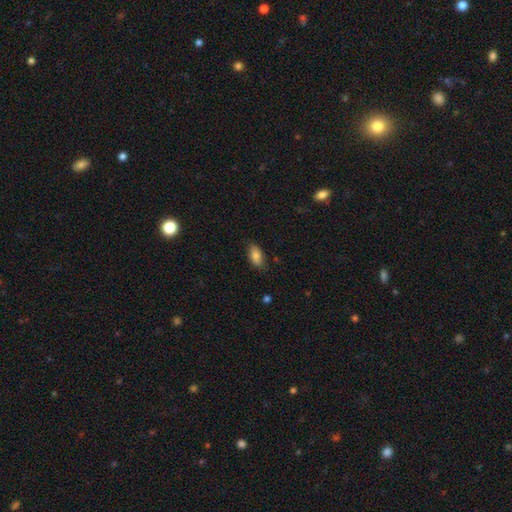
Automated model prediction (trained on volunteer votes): Smooth or featured: smooth — 82% (featured or disk — 10%)
How rounded: in between — 91% (cigar-shaped — 6%)
Merging: none — 79% (minor disturbance — 17%)